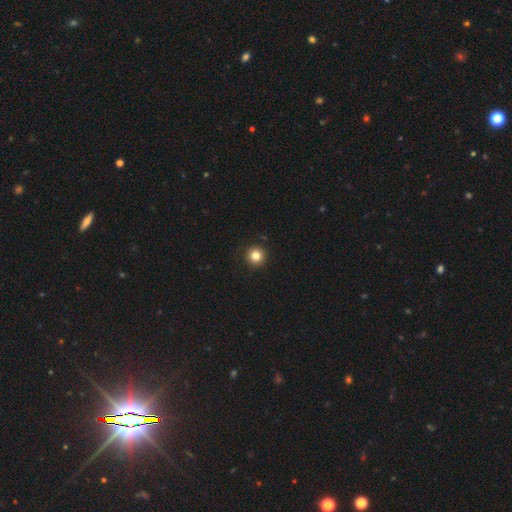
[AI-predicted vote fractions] smooth 83%, star or artifact 12%, featured or disk 5%. Down the decision tree: how rounded — round (96%); merging — none (93%).